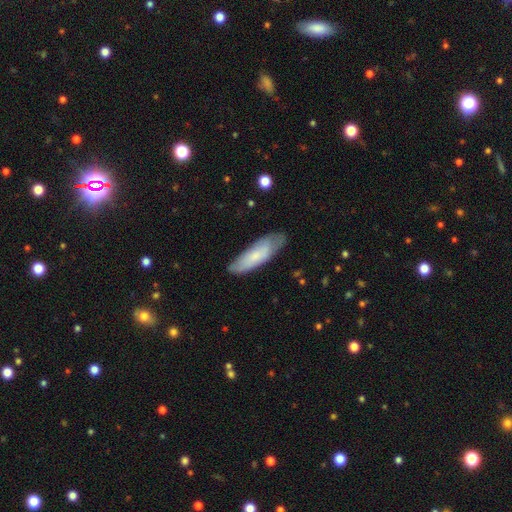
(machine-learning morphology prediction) Smooth or featured? smooth (66%)
How rounded? in between (52%)
Merging? none (71%)